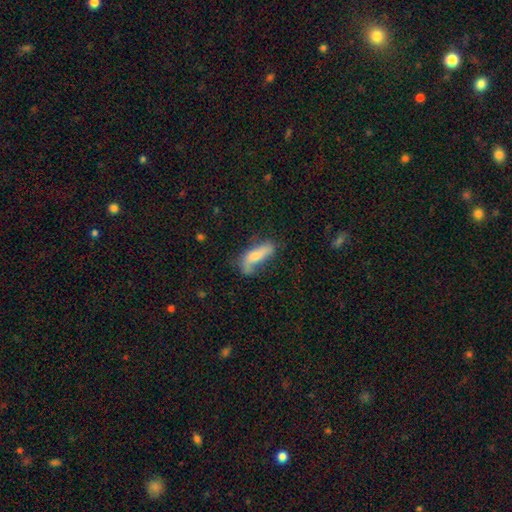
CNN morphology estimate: Smooth or featured?
  - smooth: 55% *
  - featured or disk: 37%
  - star or artifact: 8%
How rounded?
  - in between: 51% *
  - cigar-shaped: 47%
  - round: 3%
Merging?
  - none: 47% *
  - minor disturbance: 31%
  - major disturbance: 18%
  - merger: 4%